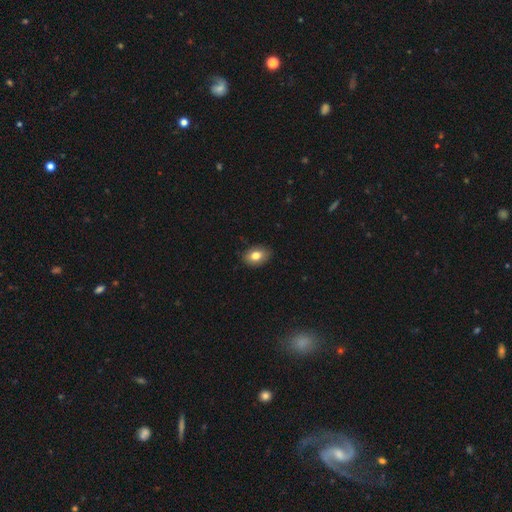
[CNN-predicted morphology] smooth 80%, featured or disk 12%, star or artifact 9%. Down the decision tree: how rounded — in between (80%); merging — none (86%).